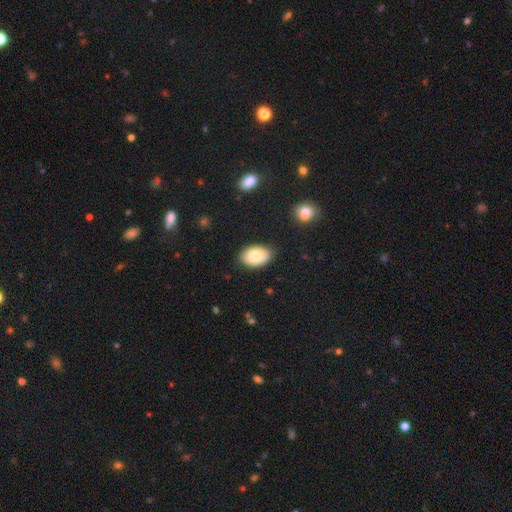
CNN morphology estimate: smooth-or-featured: smooth: 77% | featured or disk: 16% | star or artifact: 7%
  how-rounded: in between: 88% | round: 11% | cigar-shaped: 1%
  merging: none: 86% | minor disturbance: 11% | major disturbance: 2% | merger: 1%